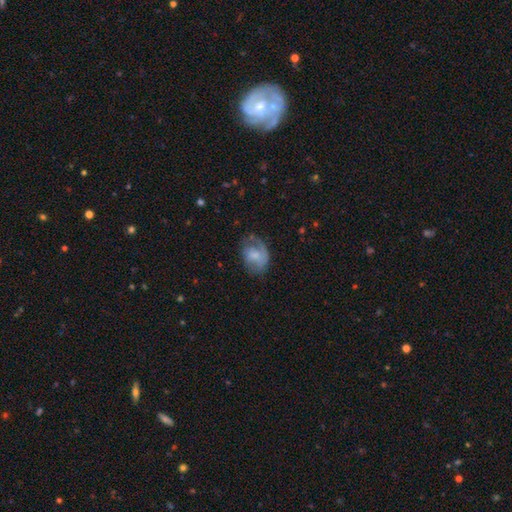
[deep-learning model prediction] smooth_or_featured: featured or disk (p=0.46) [tied with: smooth p=0.46]
merging: none (p=0.52) [alt: minor disturbance p=0.28]